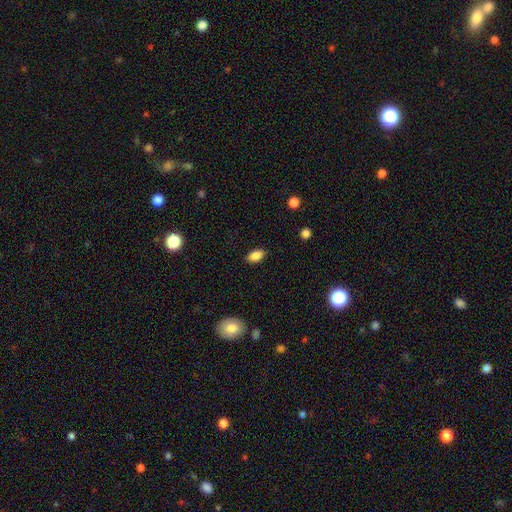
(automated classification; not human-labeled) Q: Smooth or featured?
A: smooth (86%); runner-up: star or artifact (8%)
Q: How rounded?
A: in between (90%); runner-up: round (7%)
Q: Merging?
A: none (86%); runner-up: minor disturbance (11%)